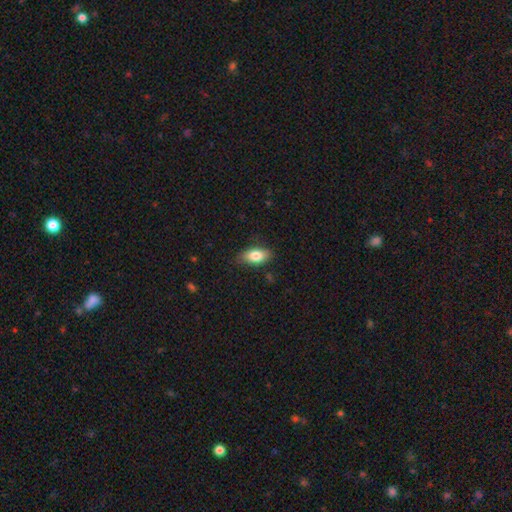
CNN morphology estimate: A smooth galaxy with no disk features (81%) that is in between round and cigar-shaped (88%). Merging: none (81%).